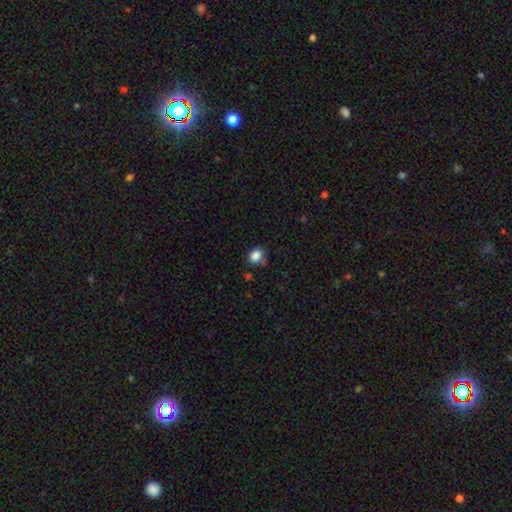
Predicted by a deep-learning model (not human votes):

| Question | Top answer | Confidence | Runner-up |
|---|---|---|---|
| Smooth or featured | smooth | 85% | star or artifact (11%) |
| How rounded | round | 64% | in between (35%) |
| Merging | none | 71% | minor disturbance (20%) |